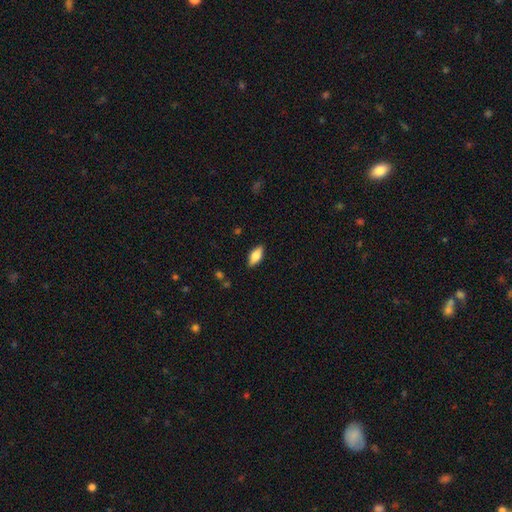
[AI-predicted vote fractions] Smooth or featured? smooth (72%)
How rounded? in between (82%)
Merging? none (87%)